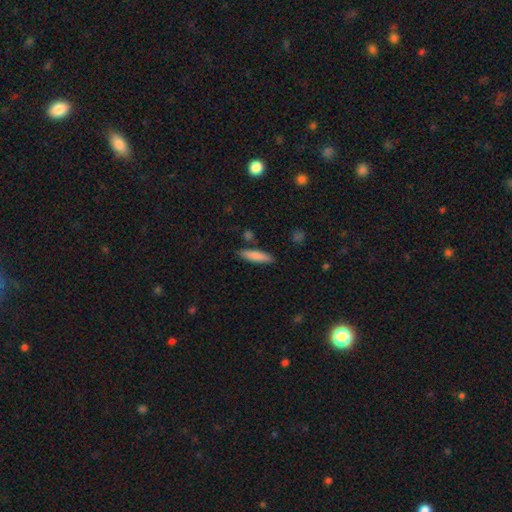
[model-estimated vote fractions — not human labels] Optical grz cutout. It shows a smooth galaxy with no disk features (83%) that is cigar-shaped (75%). Merging: none (84%).